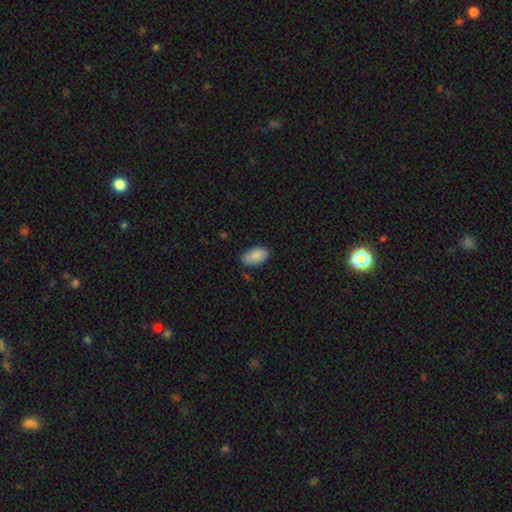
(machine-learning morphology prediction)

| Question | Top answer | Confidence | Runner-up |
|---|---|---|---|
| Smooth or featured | smooth | 89% | star or artifact (7%) |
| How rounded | in between | 94% | round (3%) |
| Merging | none | 81% | minor disturbance (15%) |